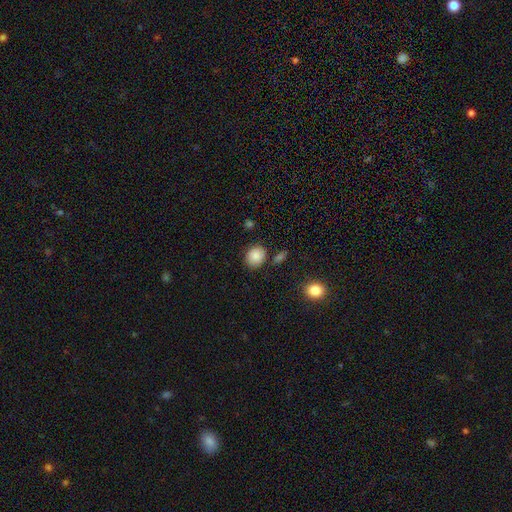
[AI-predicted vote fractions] This appears to be a smooth galaxy with no disk features (85%) that is round (68%). Merging: none (80%).